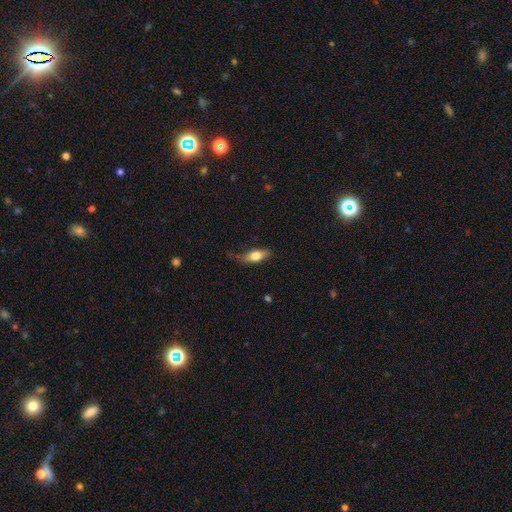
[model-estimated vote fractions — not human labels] Smooth or featured? smooth (71%)
How rounded? in between (74%)
Merging? none (57%)